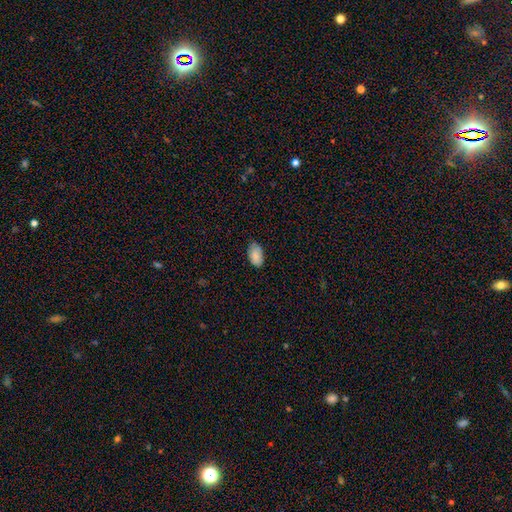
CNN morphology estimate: Smooth or featured? smooth (86%)
How rounded? in between (94%)
Merging? none (78%)